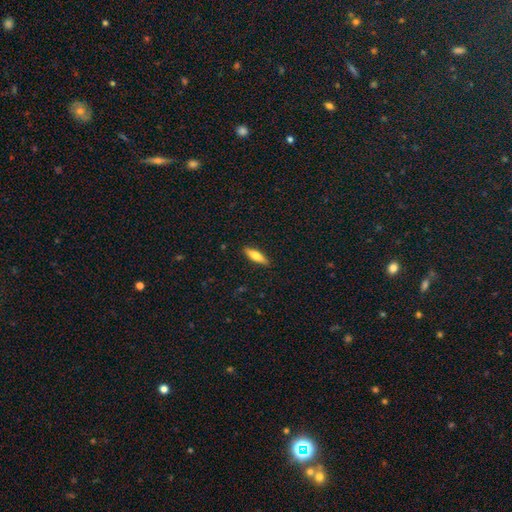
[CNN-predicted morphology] A smooth galaxy with no disk features (63%) that is cigar-shaped (58%).

Vote fractions:
- Smooth or featured? smooth: 63% / featured or disk: 31% / star or artifact: 6%
- How rounded? cigar-shaped: 58% / in between: 39% / round: 2%
- Merging? none: 89% / minor disturbance: 8% / major disturbance: 2% / merger: 1%